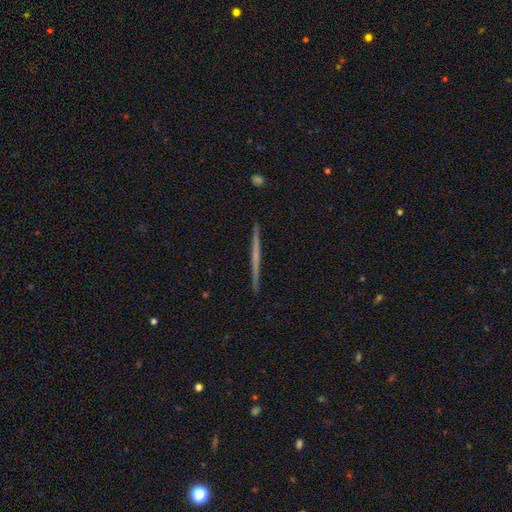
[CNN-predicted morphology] smooth-or-featured: featured or disk: 64% | smooth: 30% | star or artifact: 6%
  disk-edge-on: yes: 98% | no: 2%
    edge-on-bulge: none: 81% | rounded: 14% | boxy: 4%
  merging: none: 93% | minor disturbance: 5% | major disturbance: 1% | merger: 1%